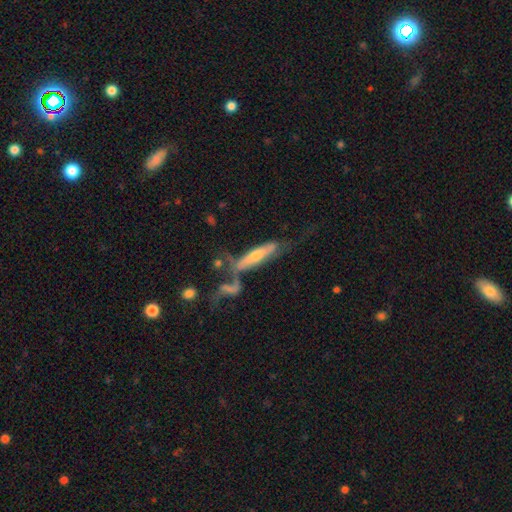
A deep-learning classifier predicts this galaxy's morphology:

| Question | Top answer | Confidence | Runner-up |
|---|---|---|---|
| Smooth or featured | featured or disk | 60% | smooth (29%) |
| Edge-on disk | yes | 74% | no (26%) |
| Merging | none | 44% | merger (21%) |